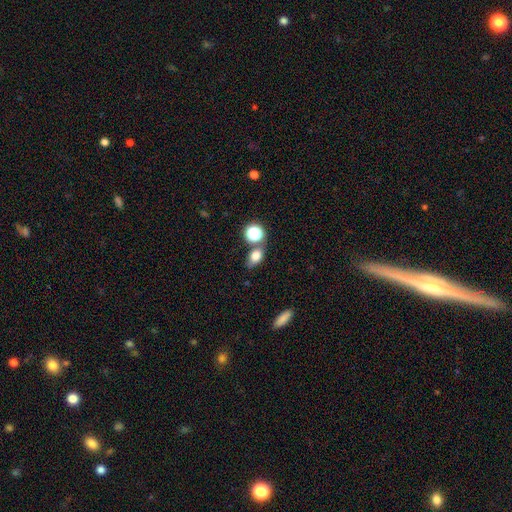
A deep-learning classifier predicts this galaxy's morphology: Overall: smooth (75%). How rounded: in between (69%). Merging: none (60%).